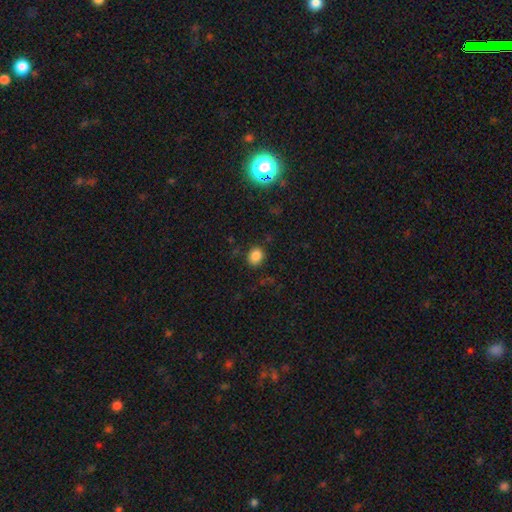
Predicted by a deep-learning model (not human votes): A smooth galaxy with no disk features (84%) that is round (60%).

Vote fractions:
- Smooth or featured? smooth: 84% / star or artifact: 11% / featured or disk: 5%
- How rounded? round: 60% / in between: 39% / cigar-shaped: 1%
- Merging? none: 86% / minor disturbance: 10% / major disturbance: 3% / merger: 2%